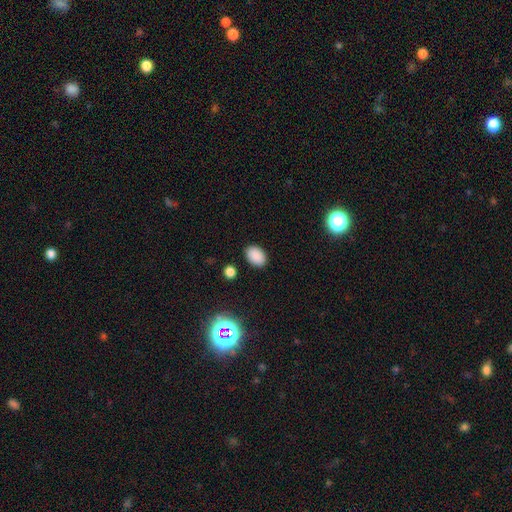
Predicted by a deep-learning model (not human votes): Morphology: type=smooth (87%); roundness=in between (85%); merging=none (87%).